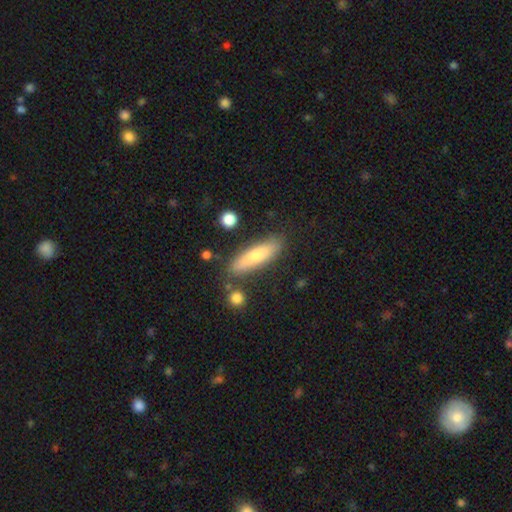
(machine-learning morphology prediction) Overall: smooth (67%). How rounded: cigar-shaped (69%; in between 29%). Merging: none (80%).